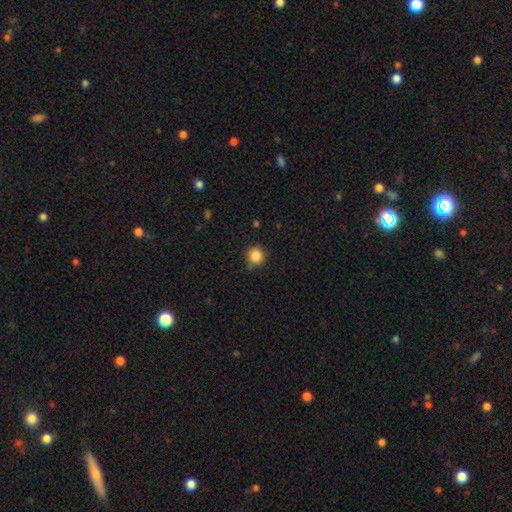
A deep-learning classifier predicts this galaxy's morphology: The model was most divided on "merging": none: 81%, minor disturbance: 15%, major disturbance: 3%, merger: 2%. More confident: how rounded — round (93%); smooth or featured — smooth (86%).